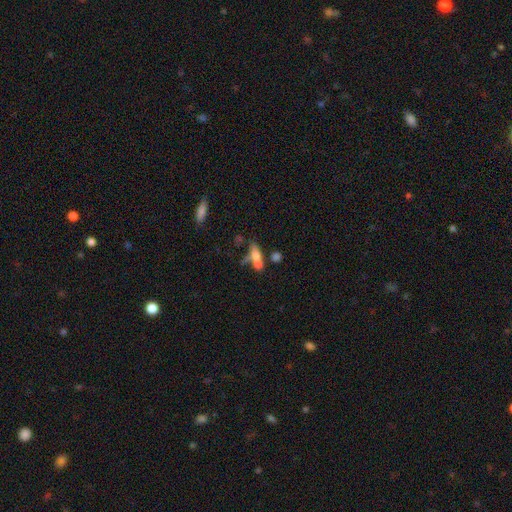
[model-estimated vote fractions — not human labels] Q: Smooth or featured?
A: smooth (57%); runner-up: featured or disk (30%)
Q: How rounded?
A: in between (48%); runner-up: cigar-shaped (41%)
Q: Merging?
A: merger (46%); runner-up: none (31%)